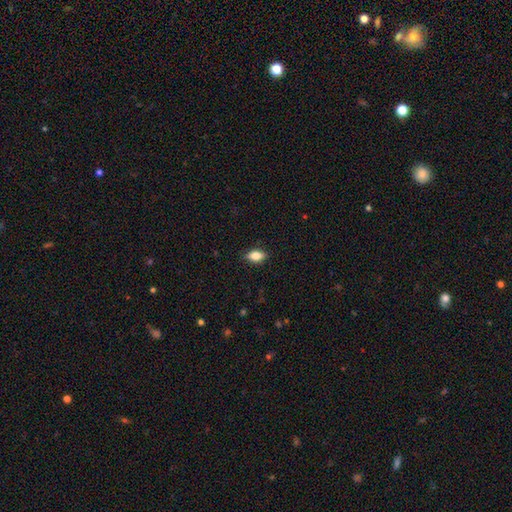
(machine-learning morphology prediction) Smooth or featured?
  - smooth: 78% *
  - featured or disk: 14%
  - star or artifact: 8%
How rounded?
  - in between: 85% *
  - cigar-shaped: 8%
  - round: 7%
Merging?
  - none: 85% *
  - minor disturbance: 12%
  - major disturbance: 2%
  - merger: 1%